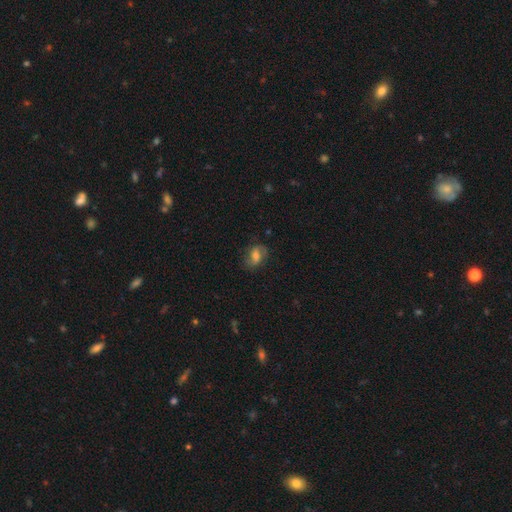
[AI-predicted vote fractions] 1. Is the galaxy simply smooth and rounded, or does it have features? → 49% featured or disk, 41% smooth, 10% star or artifact.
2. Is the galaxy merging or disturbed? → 71% none, 19% minor disturbance, 8% major disturbance, 1% merger.